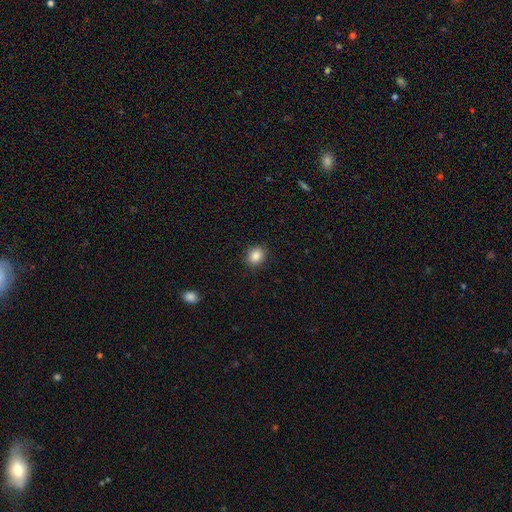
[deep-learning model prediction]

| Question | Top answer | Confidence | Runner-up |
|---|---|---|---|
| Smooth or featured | smooth | 87% | star or artifact (9%) |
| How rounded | round | 65% | in between (34%) |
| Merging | none | 89% | minor disturbance (8%) |